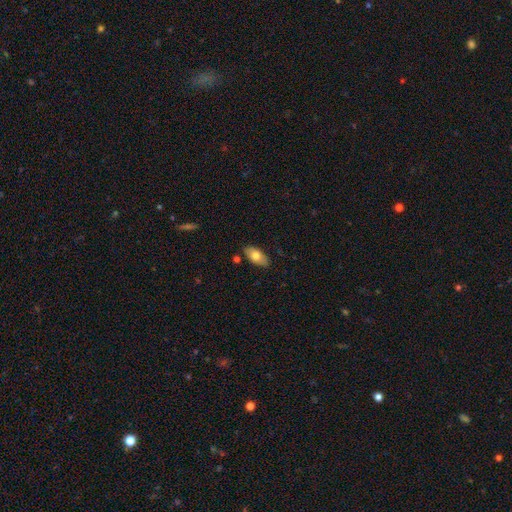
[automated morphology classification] smooth-or-featured: smooth: 71% | featured or disk: 23% | star or artifact: 7%
  how-rounded: in between: 91% | cigar-shaped: 5% | round: 4%
  merging: none: 83% | minor disturbance: 12% | merger: 3% | major disturbance: 2%